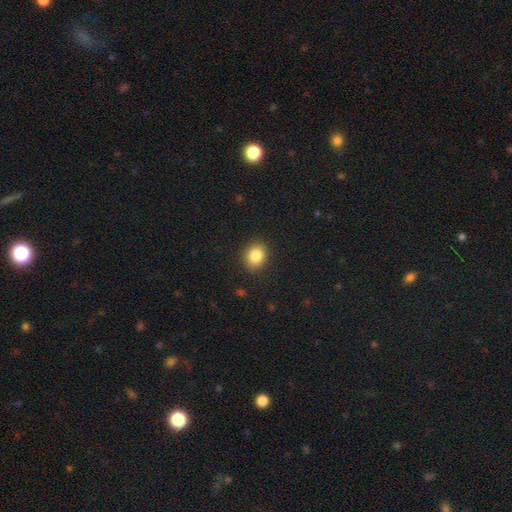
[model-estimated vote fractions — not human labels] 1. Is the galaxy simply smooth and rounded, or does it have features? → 85% smooth, 9% star or artifact, 5% featured or disk.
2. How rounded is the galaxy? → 61% round, 38% in between, 1% cigar-shaped.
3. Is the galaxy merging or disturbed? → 89% none, 8% minor disturbance, 2% major disturbance, 1% merger.